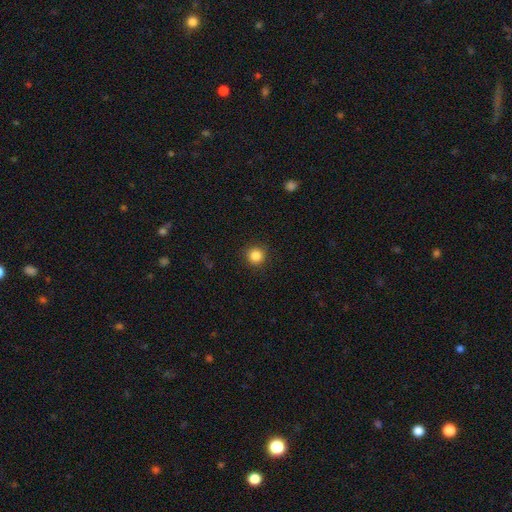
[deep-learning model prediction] Smooth or featured: smooth — 85% (star or artifact — 11%)
How rounded: round — 94% (in between — 5%)
Merging: none — 90% (minor disturbance — 7%)